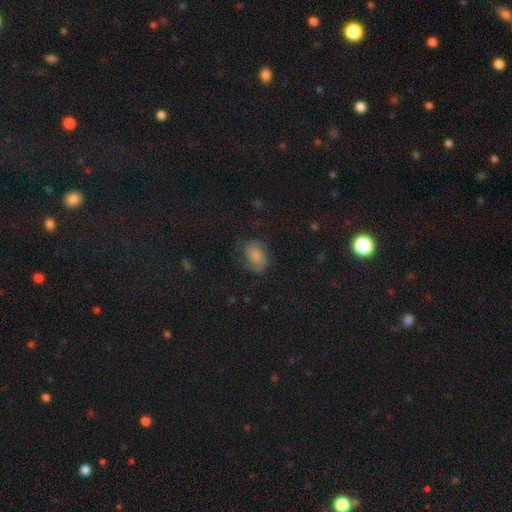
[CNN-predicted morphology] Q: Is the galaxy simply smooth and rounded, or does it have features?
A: featured or disk — 47%.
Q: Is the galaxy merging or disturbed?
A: none — 61%.